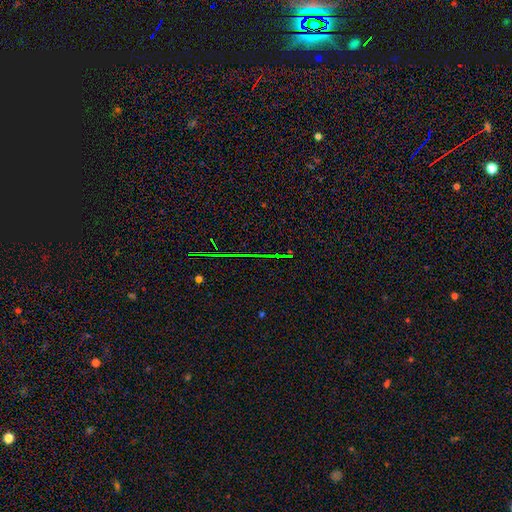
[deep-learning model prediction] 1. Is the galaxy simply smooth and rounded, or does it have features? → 80% star or artifact, 10% featured or disk, 9% smooth.